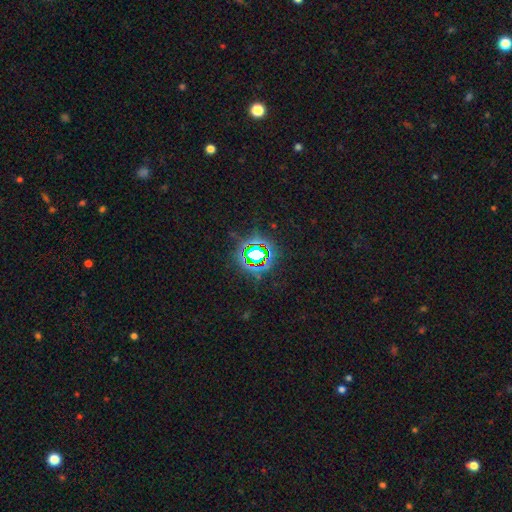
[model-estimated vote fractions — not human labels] The model was most divided on "smooth or featured": star or artifact: 77%, smooth: 14%, featured or disk: 9%.